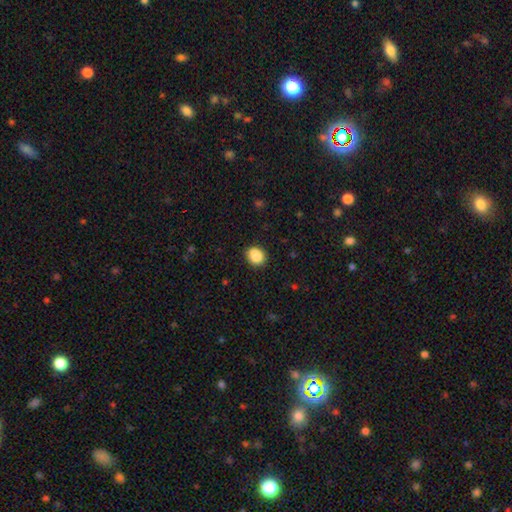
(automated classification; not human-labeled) Smooth or featured: smooth — 86% (star or artifact — 9%)
How rounded: round — 66% (in between — 33%)
Merging: none — 79% (minor disturbance — 14%)